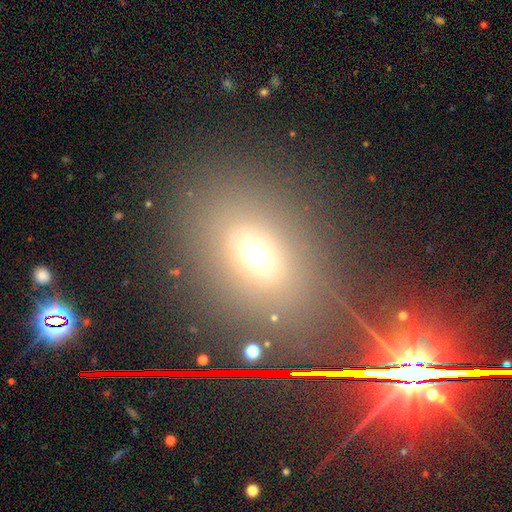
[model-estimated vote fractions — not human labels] This is possibly a smooth galaxy (51%). How rounded: likely in between (63%). Merging: clearly none (82%).